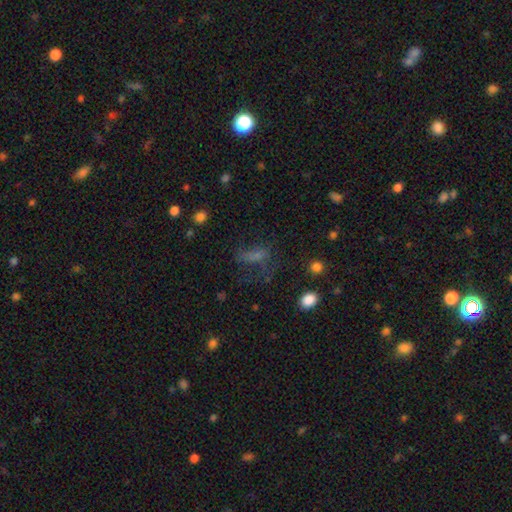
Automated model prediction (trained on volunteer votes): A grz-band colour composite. It shows a smooth galaxy with no disk features (53%) that is in between round and cigar-shaped (66%). Merging: none (40%).